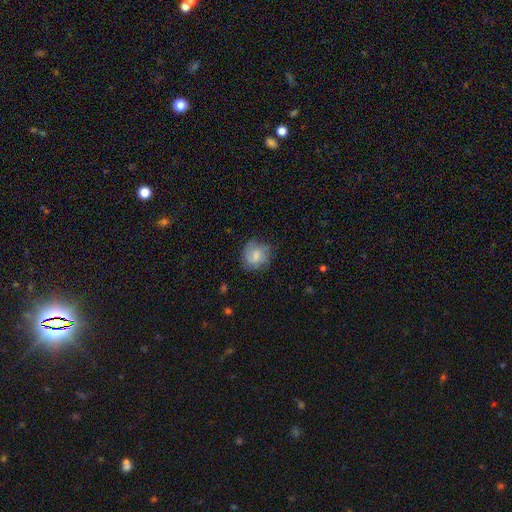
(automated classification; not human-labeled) This appears to be a smooth galaxy with no disk features (70%) that is round (77%). Merging: none (64%).